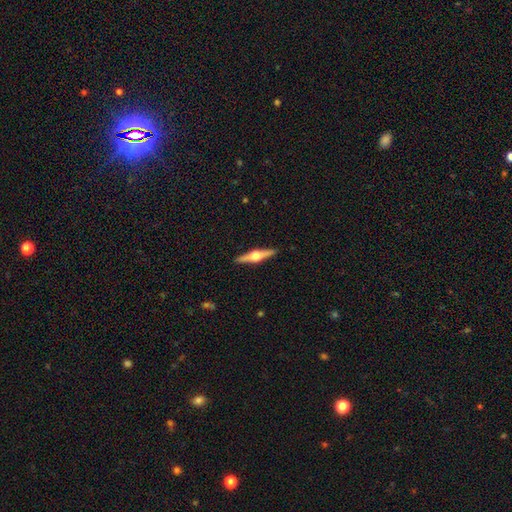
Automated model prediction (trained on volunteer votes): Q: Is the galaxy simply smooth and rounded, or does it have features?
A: featured or disk — 76%.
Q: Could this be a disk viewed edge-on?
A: yes — 98%.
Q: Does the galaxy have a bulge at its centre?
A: rounded — 96%.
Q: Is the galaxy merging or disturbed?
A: none — 92%.